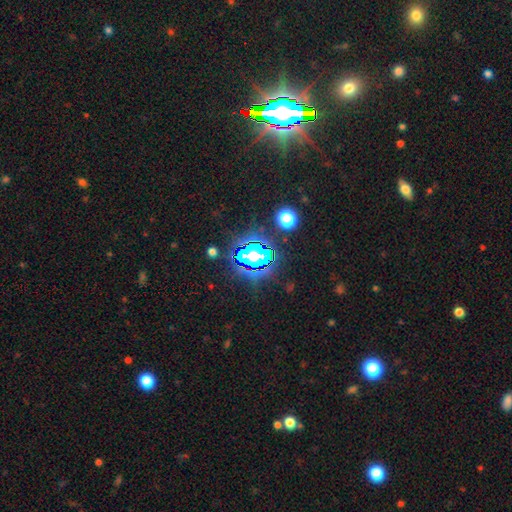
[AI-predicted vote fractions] Smooth or featured: star or artifact — 65% (smooth — 22%)